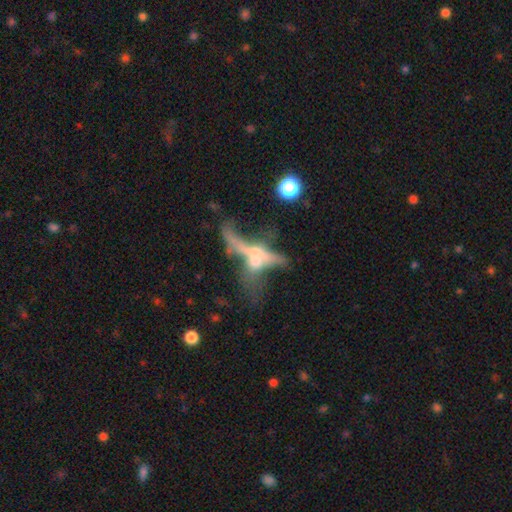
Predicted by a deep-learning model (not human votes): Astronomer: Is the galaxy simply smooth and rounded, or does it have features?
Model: featured or disk — 61%.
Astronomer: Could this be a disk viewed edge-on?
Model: no — 55% (runner-up: yes, 45%).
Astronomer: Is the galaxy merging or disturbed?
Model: merger — 53%.